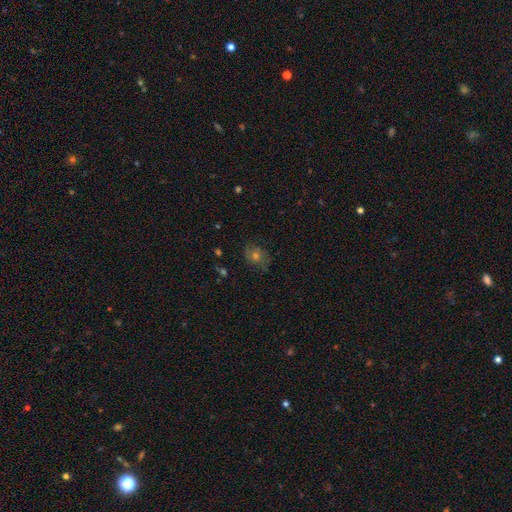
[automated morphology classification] This is marginally a featured or disk galaxy (40%). Merging: likely none (77%).